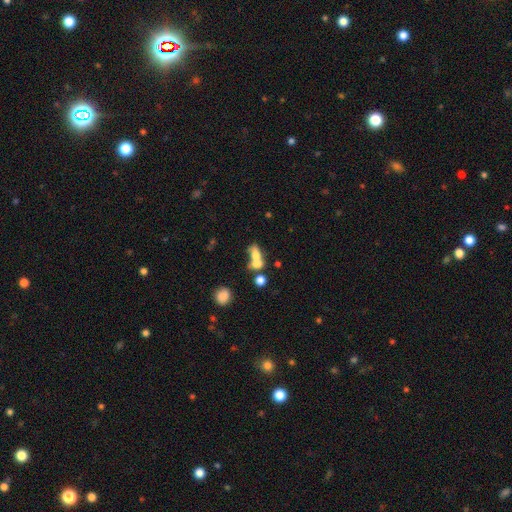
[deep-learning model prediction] Smooth or featured? Predicted: smooth (p=0.62). How rounded? Predicted: in between (p=0.63). Merging? Predicted: merger (p=0.64).